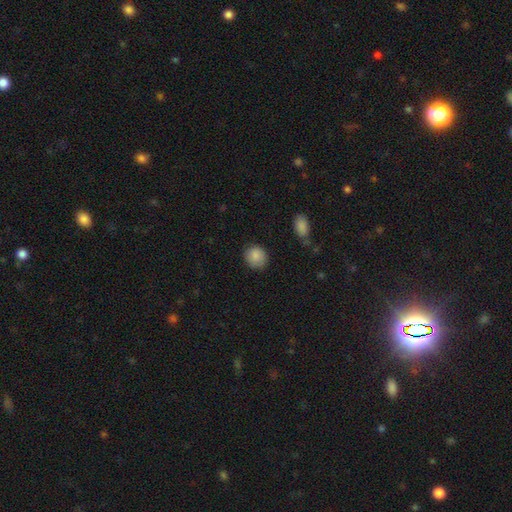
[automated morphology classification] smooth-or-featured: smooth: 88% | star or artifact: 8% | featured or disk: 4%
  how-rounded: round: 79% | in between: 20% | cigar-shaped: 1%
  merging: none: 84% | minor disturbance: 12% | major disturbance: 3% | merger: 1%